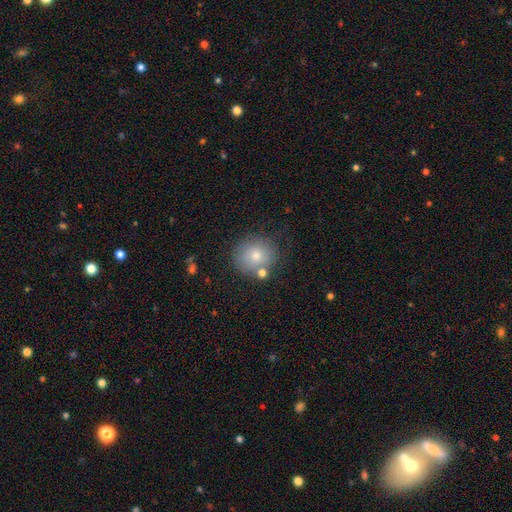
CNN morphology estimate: This is likely a smooth galaxy (73%). How rounded: clearly round (86%). Merging: likely none (70%).